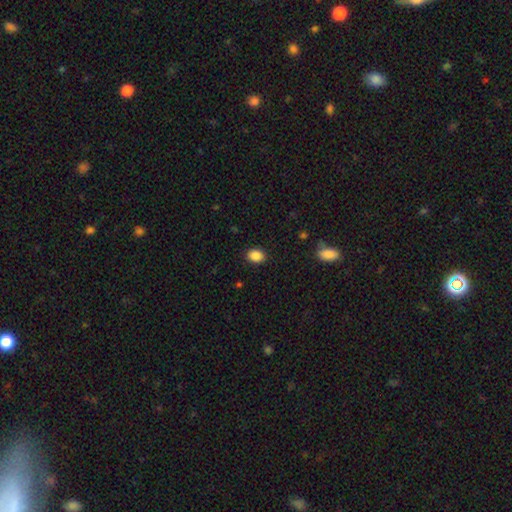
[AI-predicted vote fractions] The model was most divided on "how rounded": in between: 62%, round: 37%, cigar-shaped: 1%. More confident: merging — none (89%); smooth or featured — smooth (88%).